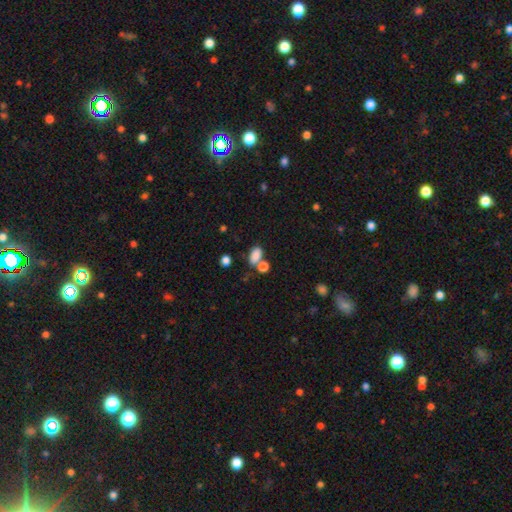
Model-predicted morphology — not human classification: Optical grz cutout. It shows a smooth galaxy with no disk features (83%) that is in between round and cigar-shaped (87%). Merging: none (50%).